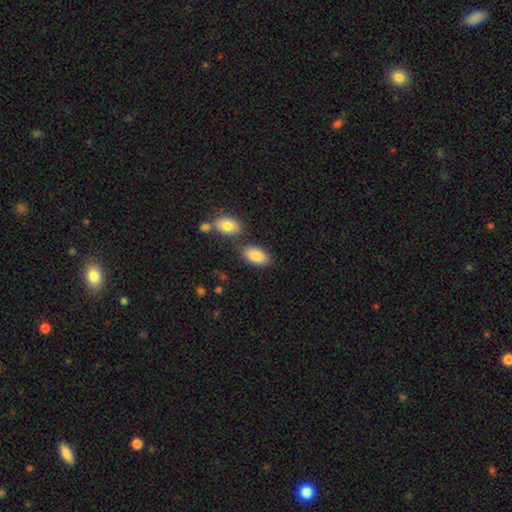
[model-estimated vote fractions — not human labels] Overall: smooth (86%). How rounded: in between (94%). Merging: none (71%).